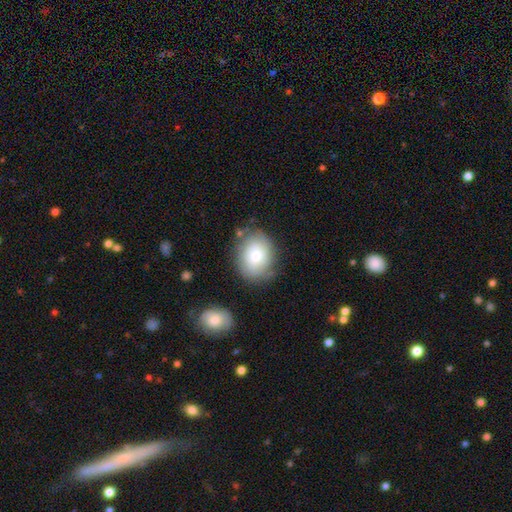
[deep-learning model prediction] Smooth or featured? Predicted: smooth (p=0.72). How rounded? Predicted: round (p=0.54). Merging? Predicted: none (p=0.71).